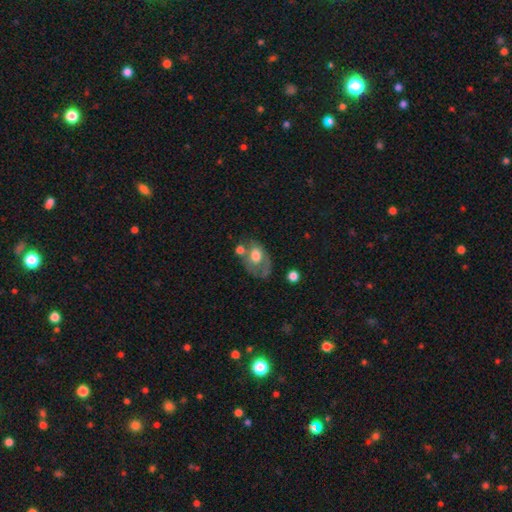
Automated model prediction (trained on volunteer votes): A smooth galaxy with no disk features (55%) that is in between round and cigar-shaped (79%). Merging: none (36%).